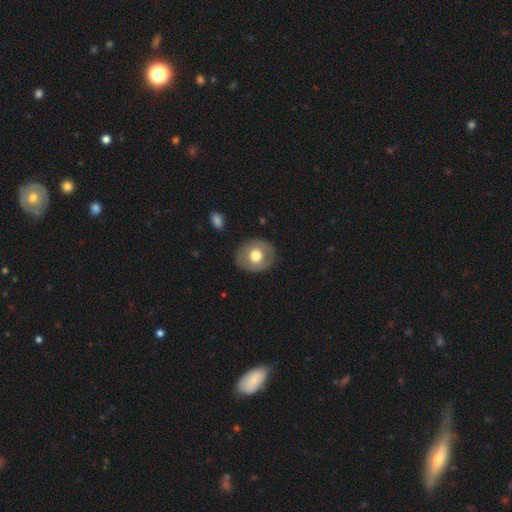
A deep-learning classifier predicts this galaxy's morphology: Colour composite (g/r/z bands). It shows a smooth galaxy with no disk features (62%) that is round (68%). Merging: none (84%).